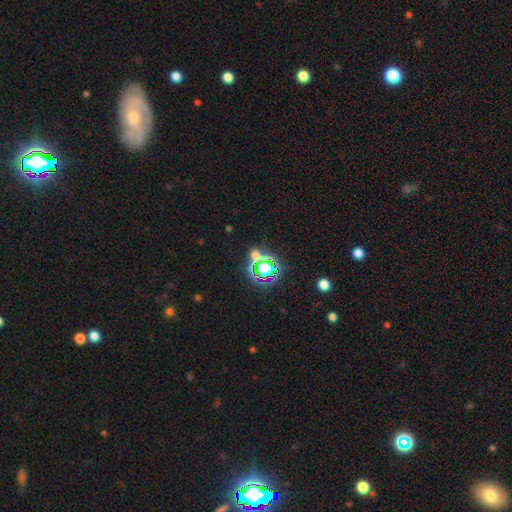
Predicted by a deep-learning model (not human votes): Smooth or featured?
  - star or artifact: 63% *
  - smooth: 21%
  - featured or disk: 15%